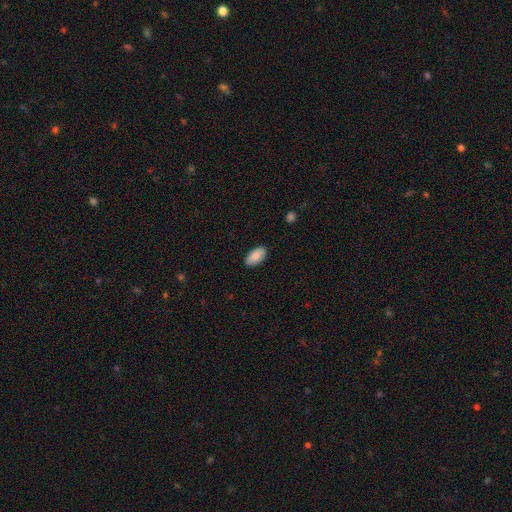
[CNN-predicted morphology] Smooth or featured? Predicted: smooth (p=0.88). How rounded? Predicted: in between (p=0.94). Merging? Predicted: none (p=0.87).